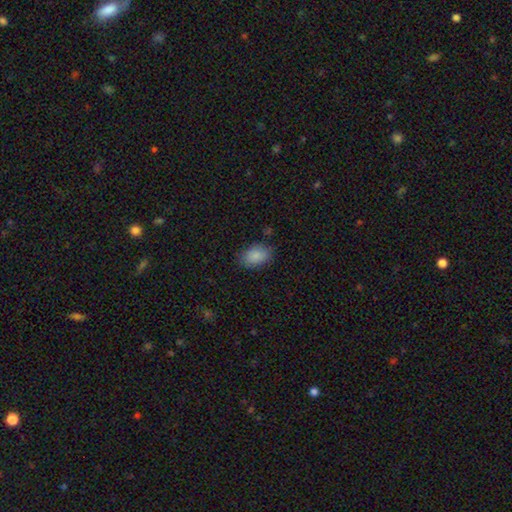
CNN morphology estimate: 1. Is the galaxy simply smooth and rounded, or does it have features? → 88% smooth, 7% star or artifact, 5% featured or disk.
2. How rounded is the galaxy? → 86% in between, 12% round, 1% cigar-shaped.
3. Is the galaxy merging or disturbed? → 80% none, 15% minor disturbance, 4% major disturbance, 1% merger.